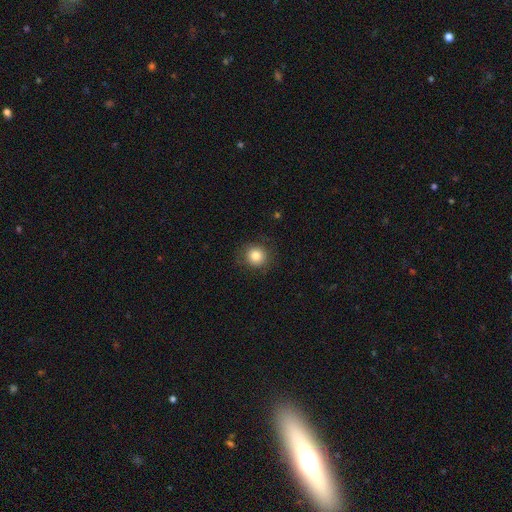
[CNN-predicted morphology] Smooth or featured? Predicted: smooth (p=0.83). How rounded? Predicted: round (p=0.88). Merging? Predicted: none (p=0.86).